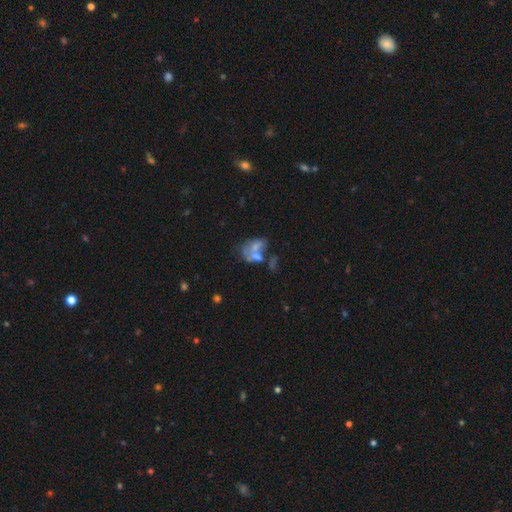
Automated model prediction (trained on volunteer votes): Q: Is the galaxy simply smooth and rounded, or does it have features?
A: featured or disk — 45%.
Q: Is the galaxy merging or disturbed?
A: merger — 50%.